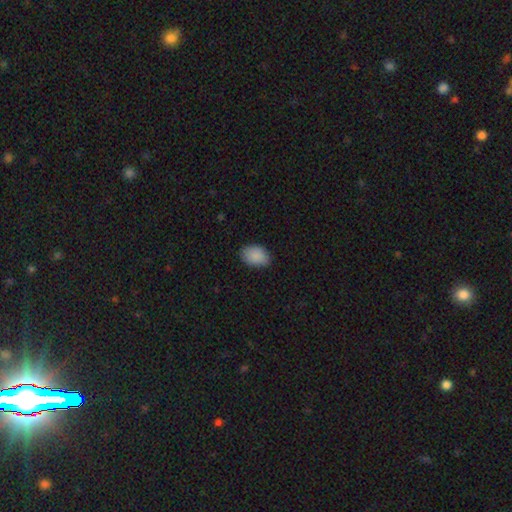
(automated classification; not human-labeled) Q: Smooth or featured?
A: smooth (89%); runner-up: star or artifact (7%)
Q: How rounded?
A: in between (82%); runner-up: round (17%)
Q: Merging?
A: none (83%); runner-up: minor disturbance (14%)